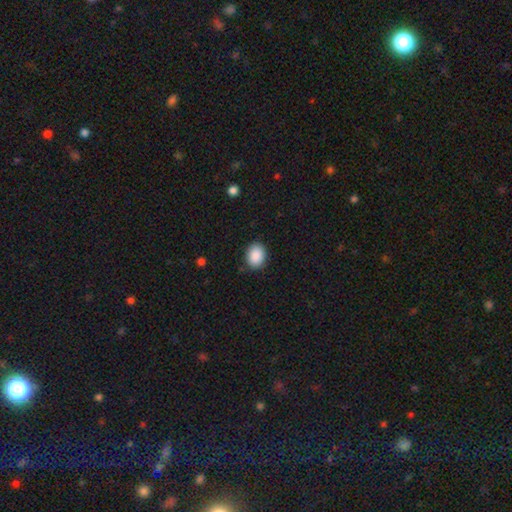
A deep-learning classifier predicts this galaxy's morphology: Smooth or featured: smooth — 90% (star or artifact — 7%)
How rounded: in between — 60% (round — 40%)
Merging: none — 88% (minor disturbance — 9%)